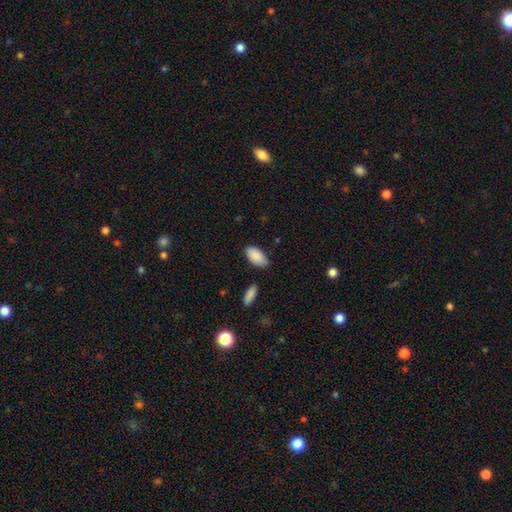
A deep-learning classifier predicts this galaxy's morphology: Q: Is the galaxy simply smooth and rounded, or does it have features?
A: smooth — 89%.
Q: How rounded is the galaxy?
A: in between — 94%.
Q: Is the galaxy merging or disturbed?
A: none — 78%.